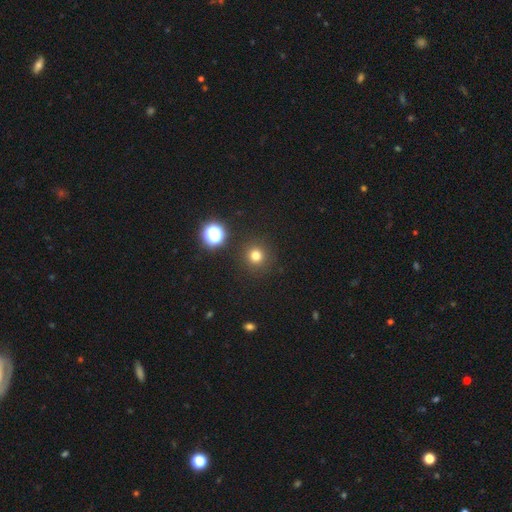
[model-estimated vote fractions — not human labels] This is likely a smooth galaxy (77%). How rounded: clearly round (95%). Merging: clearly none (91%).